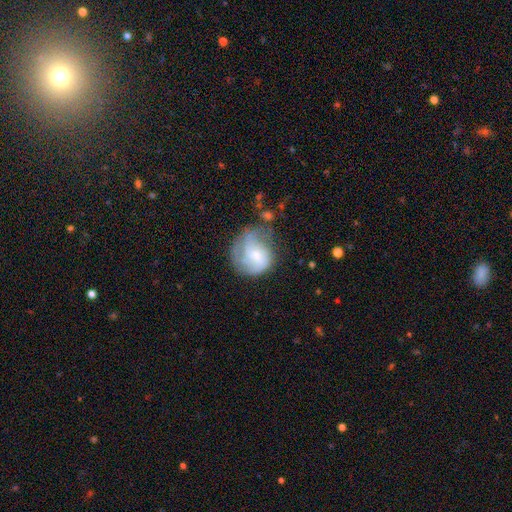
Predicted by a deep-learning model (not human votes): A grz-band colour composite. It shows a featured or disk galaxy (53%) with no bar (62%), spiral arms (71%) and a small central bulge (48%). Merging: none (39%).